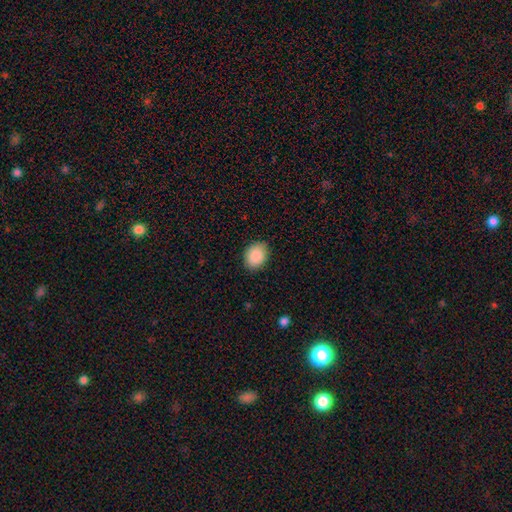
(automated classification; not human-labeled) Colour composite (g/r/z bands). It shows a smooth galaxy with no disk features (89%) that is in between round and cigar-shaped (63%). Merging: none (86%).